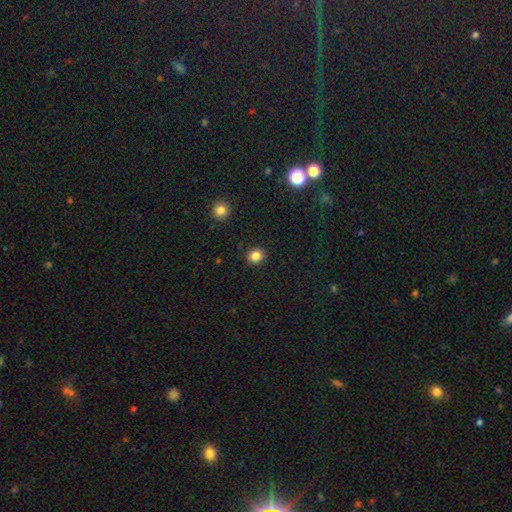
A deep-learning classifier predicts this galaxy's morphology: A smooth galaxy with no disk features (84%) that is round (83%). Merging: none (90%).